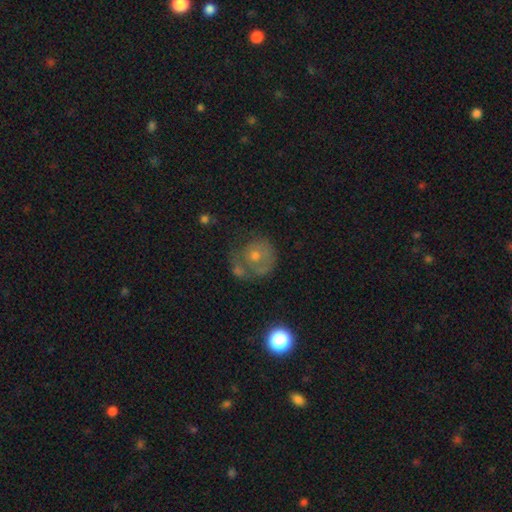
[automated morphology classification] Smooth or featured: featured or disk — 44% (smooth — 43%)
Merging: none — 49% (merger — 20%)